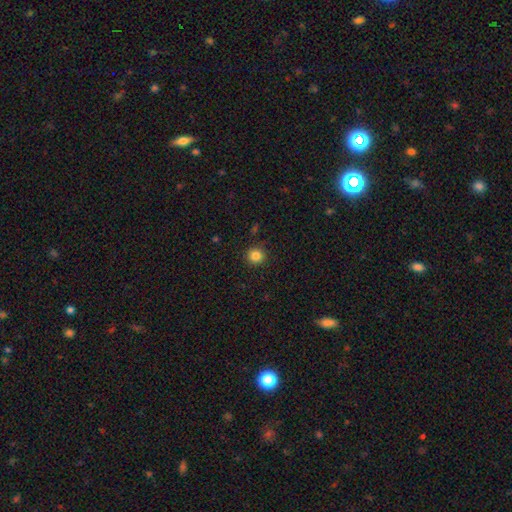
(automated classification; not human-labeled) This appears to be a smooth galaxy with no disk features (85%) that is round (92%). Merging: none (91%).